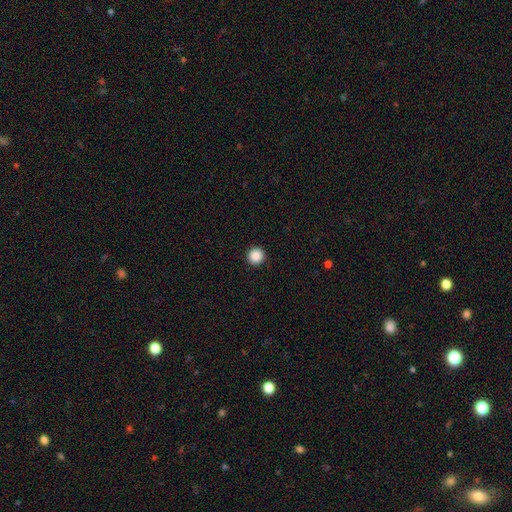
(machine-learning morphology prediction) smooth 89%, star or artifact 9%, featured or disk 2%. Down the decision tree: how rounded — round (96%); merging — none (94%).